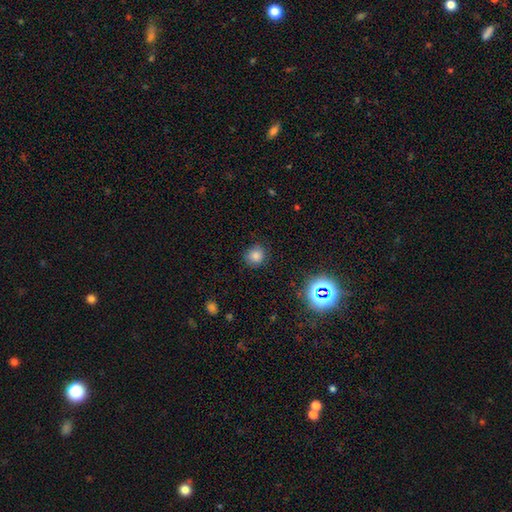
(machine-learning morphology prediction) Smooth or featured? smooth (79%)
How rounded? round (84%)
Merging? none (82%)